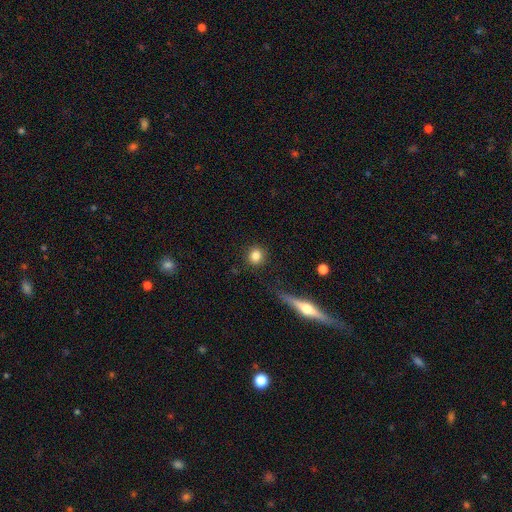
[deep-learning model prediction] Overall: smooth (84%). How rounded: round (89%). Merging: none (88%).